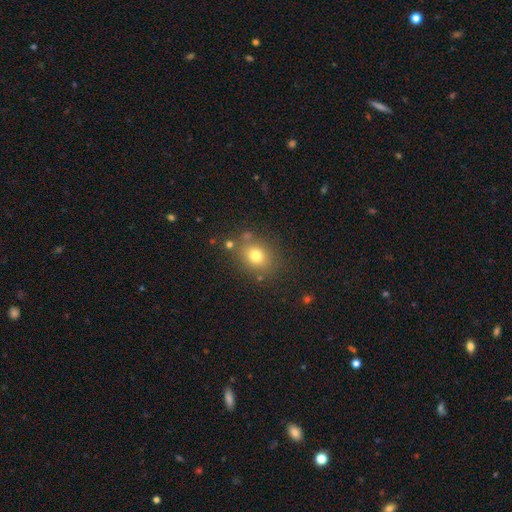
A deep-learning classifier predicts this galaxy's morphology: Smooth or featured: smooth — 75% (star or artifact — 14%)
How rounded: round — 58% (in between — 41%)
Merging: none — 76% (minor disturbance — 13%)